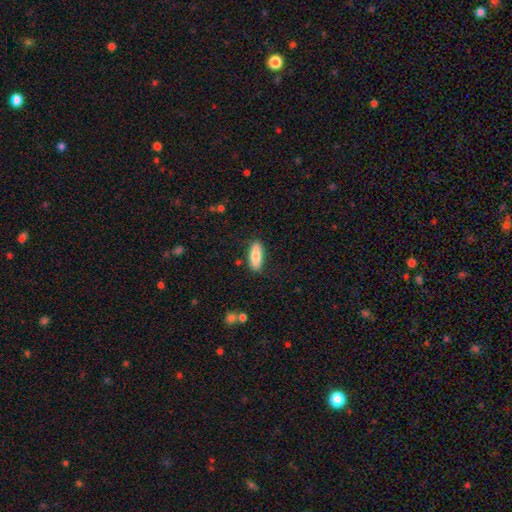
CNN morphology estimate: Smooth or featured? smooth (79%)
How rounded? in between (62%)
Merging? none (85%)